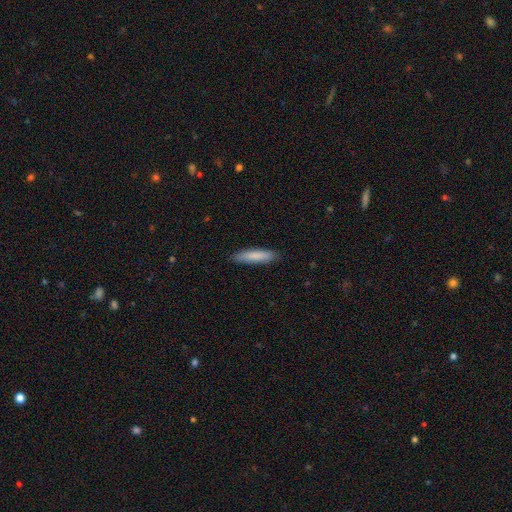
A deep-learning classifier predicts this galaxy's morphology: smooth-or-featured: smooth: 83% | featured or disk: 12% | star or artifact: 6%
  how-rounded: cigar-shaped: 82% | in between: 17% | round: 1%
  merging: none: 89% | minor disturbance: 8% | major disturbance: 2% | merger: 1%